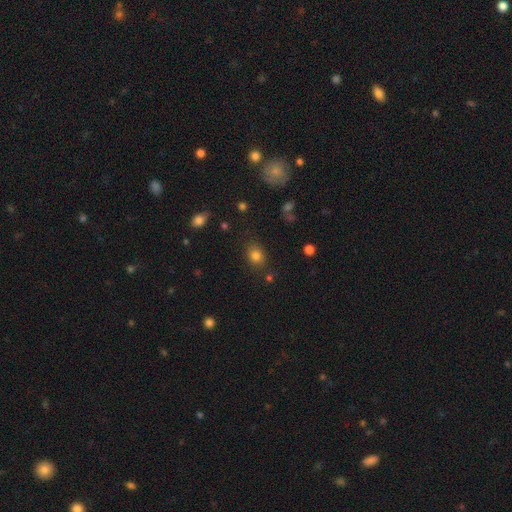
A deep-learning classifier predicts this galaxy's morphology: type=smooth (80%); roundness=in between (53%); merging=none (81%).